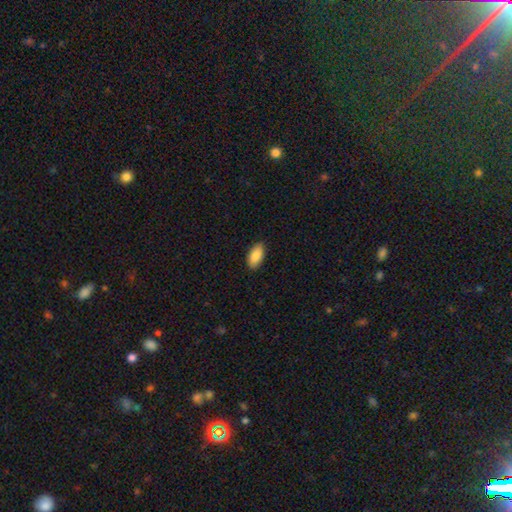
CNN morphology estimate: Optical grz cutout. It shows a smooth galaxy with no disk features (88%) that is in between round and cigar-shaped (93%). Merging: none (88%).